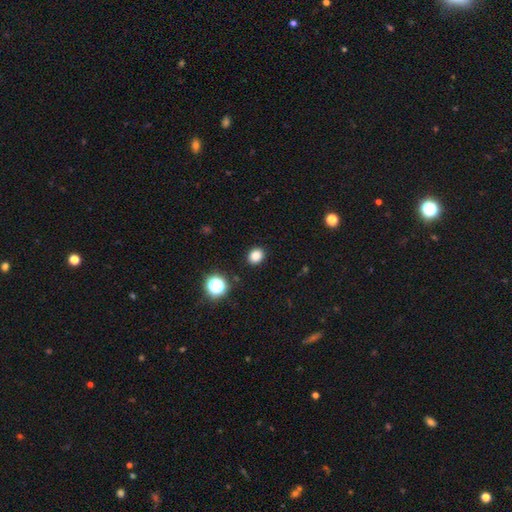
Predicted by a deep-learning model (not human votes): Smooth or featured?
  - smooth: 83% *
  - star or artifact: 13%
  - featured or disk: 4%
How rounded?
  - round: 61% *
  - in between: 38%
  - cigar-shaped: 1%
Merging?
  - none: 90% *
  - minor disturbance: 7%
  - major disturbance: 2%
  - merger: 1%